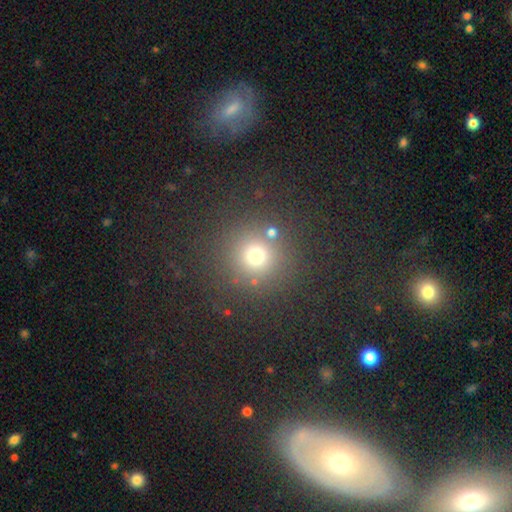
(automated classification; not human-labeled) smooth_or_featured: smooth (p=0.70) [alt: star or artifact p=0.22]
how_rounded: round (p=0.93) [alt: in between p=0.06]
merging: none (p=0.83) [alt: minor disturbance p=0.08]